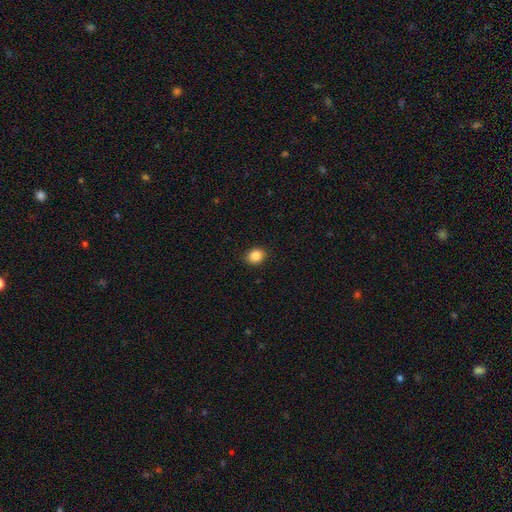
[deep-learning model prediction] This appears to be a smooth galaxy with no disk features (87%) that is round (62%). Merging: none (89%).